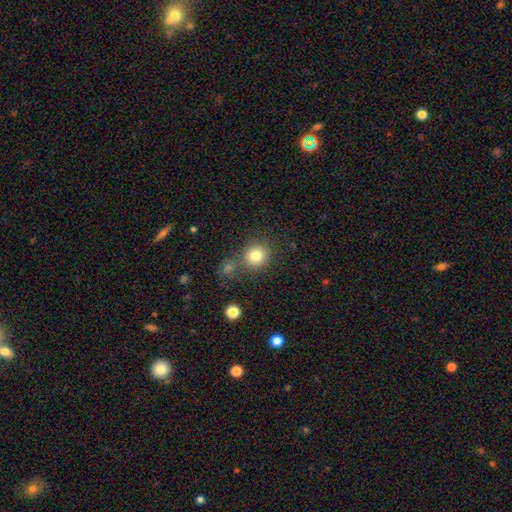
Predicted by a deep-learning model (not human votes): Smooth or featured? smooth (81%)
How rounded? round (88%)
Merging? none (73%)